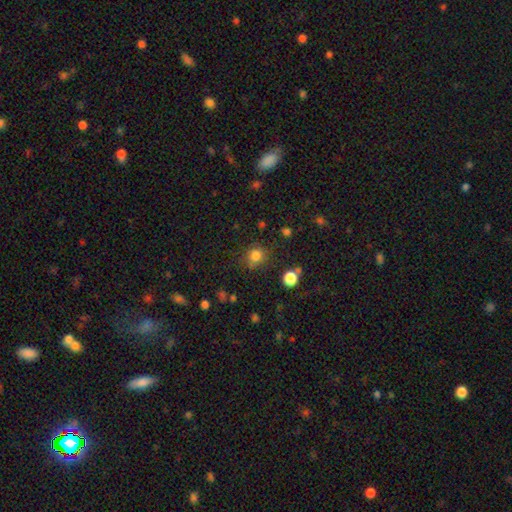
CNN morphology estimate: smooth_or_featured: smooth (p=0.81) [alt: star or artifact p=0.14]
how_rounded: round (p=0.82) [alt: in between p=0.17]
merging: none (p=0.76) [alt: minor disturbance p=0.15]